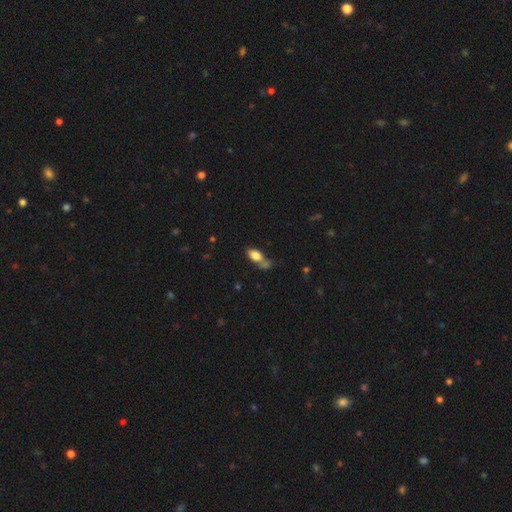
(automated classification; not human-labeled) Q: Smooth or featured?
A: smooth (79%); runner-up: featured or disk (12%)
Q: How rounded?
A: in between (87%); runner-up: cigar-shaped (7%)
Q: Merging?
A: none (42%); runner-up: merger (27%)